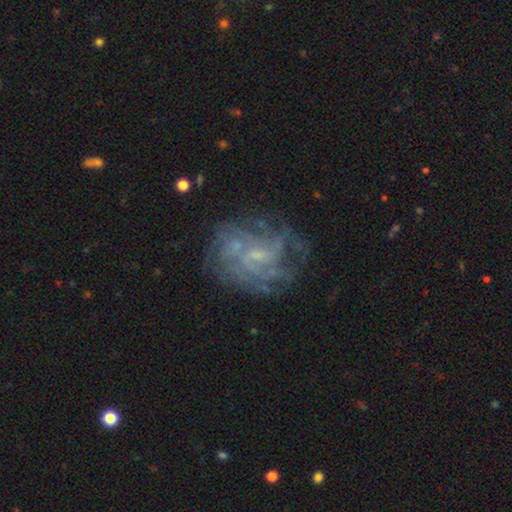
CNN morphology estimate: Smooth or featured: featured or disk — 78% (smooth — 12%)
Edge-on disk: no — 98% (yes — 2%)
Bar: no — 54% (weak — 40%)
Spiral arms: yes — 83% (no — 17%)
Spiral winding: tight — 47% (medium — 37%)
Spiral arm count: can't tell — 46% (4 — 17%)
Bulge size: small — 64% (none — 17%)
Merging: none — 67% (minor disturbance — 17%)